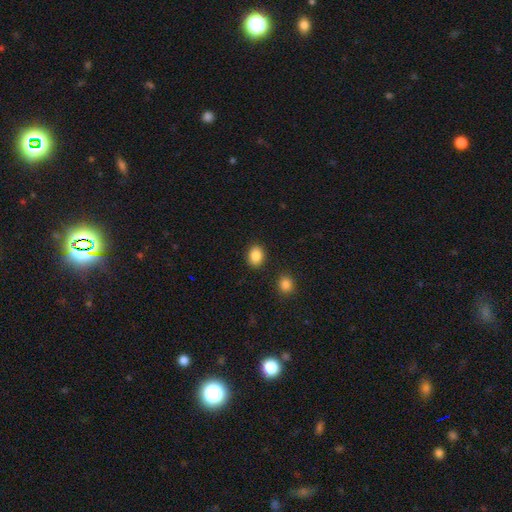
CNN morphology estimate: smooth 87%, star or artifact 9%, featured or disk 4%. Down the decision tree: how rounded — in between (62%); merging — none (87%).